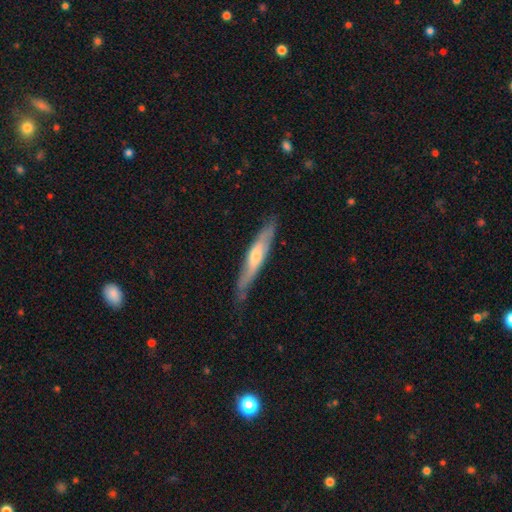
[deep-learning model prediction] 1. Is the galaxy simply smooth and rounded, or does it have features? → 56% featured or disk, 38% smooth, 6% star or artifact.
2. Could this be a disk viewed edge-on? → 76% yes, 24% no.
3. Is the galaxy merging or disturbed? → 75% none, 20% minor disturbance, 4% major disturbance, 1% merger.